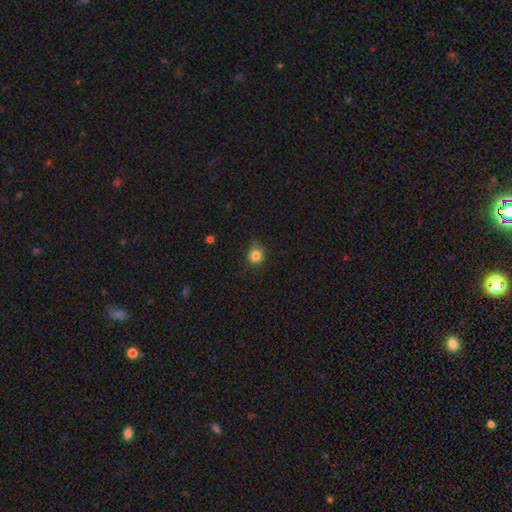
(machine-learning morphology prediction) smooth-or-featured: smooth: 83% | star or artifact: 12% | featured or disk: 5%
  how-rounded: round: 84% | in between: 15% | cigar-shaped: 1%
  merging: none: 78% | minor disturbance: 17% | major disturbance: 3% | merger: 2%